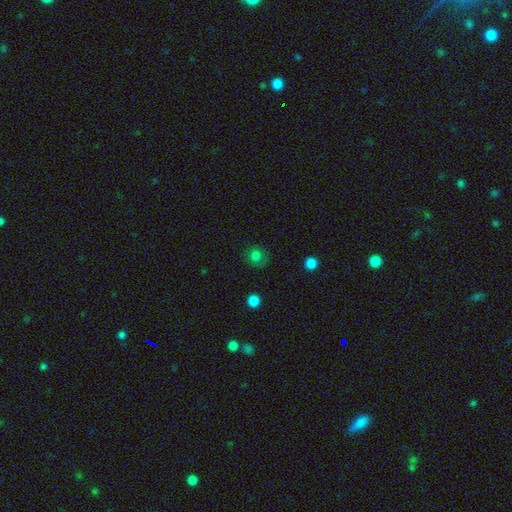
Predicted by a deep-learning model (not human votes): Smooth or featured: smooth — 80% (star or artifact — 15%)
How rounded: round — 85% (in between — 14%)
Merging: none — 79% (minor disturbance — 14%)